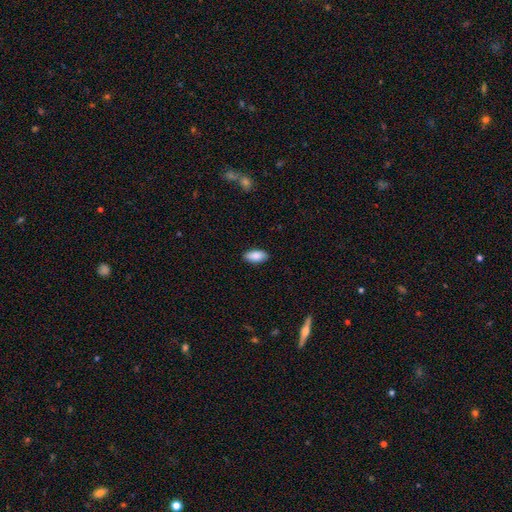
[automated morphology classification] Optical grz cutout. It shows a smooth galaxy with no disk features (88%) that is in between round and cigar-shaped (91%). Merging: none (89%).